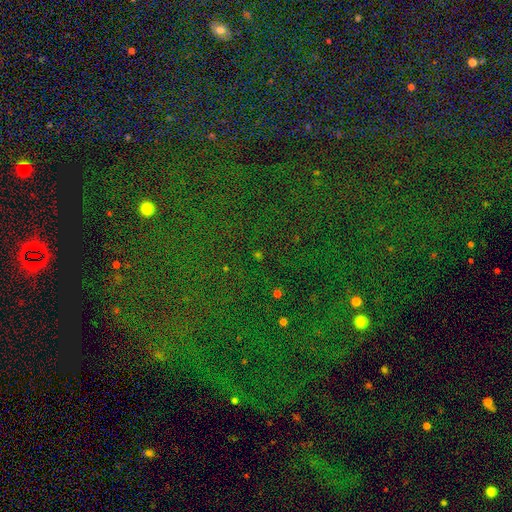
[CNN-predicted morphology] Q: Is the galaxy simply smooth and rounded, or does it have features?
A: star or artifact — 80%.